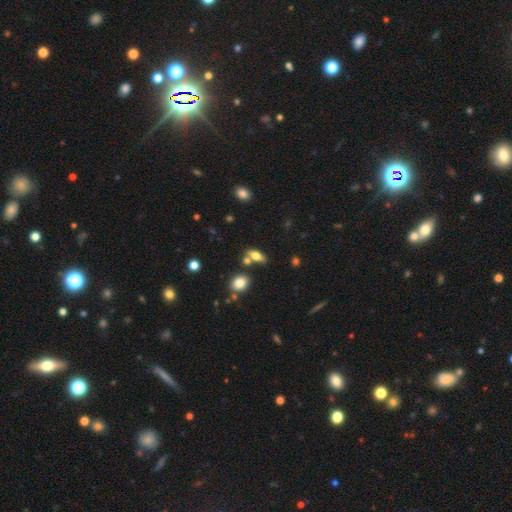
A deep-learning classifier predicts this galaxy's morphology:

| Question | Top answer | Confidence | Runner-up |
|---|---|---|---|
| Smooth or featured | smooth | 64% | featured or disk (26%) |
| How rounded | in between | 73% | cigar-shaped (18%) |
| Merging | none | 62% | merger (21%) |